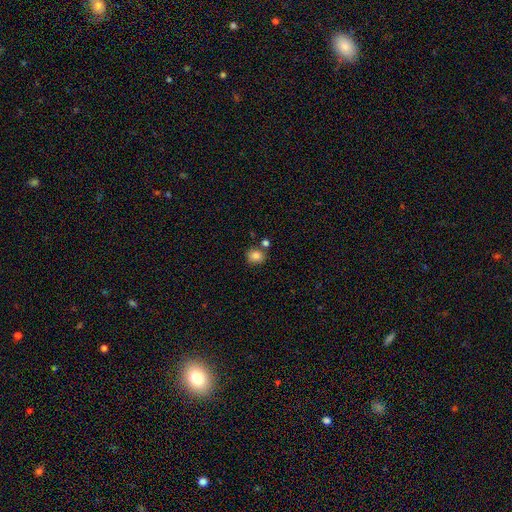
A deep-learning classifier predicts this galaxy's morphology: A smooth galaxy with no disk features (83%) that is round (72%).

Vote fractions:
- Smooth or featured? smooth: 83% / star or artifact: 10% / featured or disk: 6%
- How rounded? round: 72% / in between: 27% / cigar-shaped: 1%
- Merging? none: 74% / merger: 12% / minor disturbance: 11% / major disturbance: 3%